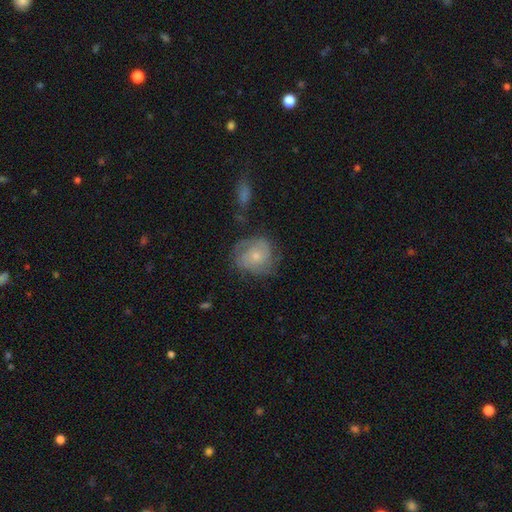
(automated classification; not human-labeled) Overall: featured or disk (62%; smooth 31%). Edge-on disk: no (97%). Bar: no (77%). Spiral arms: yes (86%). Spiral arm count: 2 (35%; can't tell 33%). Spiral winding: tight (52%; medium 36%). Bulge size: small (64%; moderate 30%). Merging: none (64%).